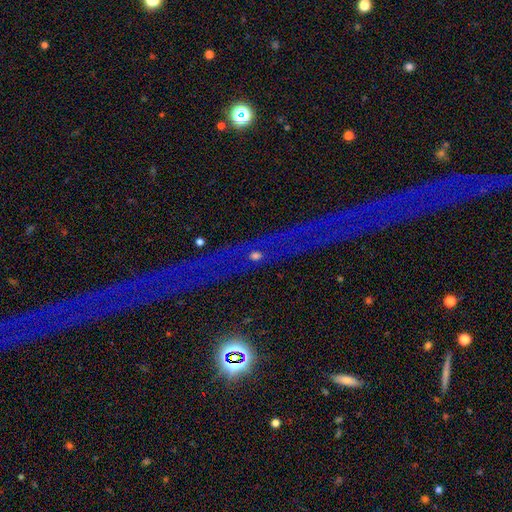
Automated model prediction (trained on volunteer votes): star or artifact 64%, featured or disk 21%, smooth 15%.